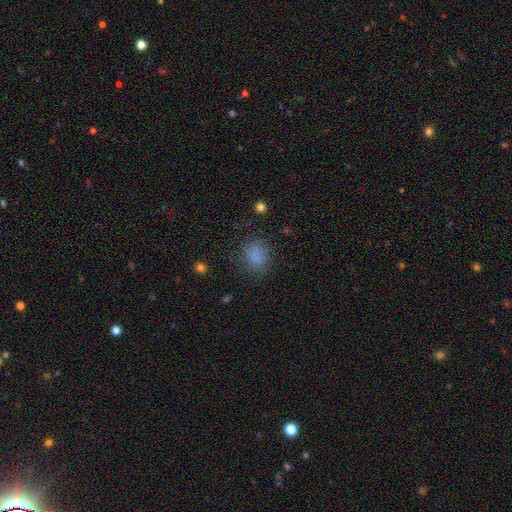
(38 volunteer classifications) Smooth or featured?
  - smooth: 74% *
  - featured or disk: 18%
  - star or artifact: 8%
How rounded?
  - round: 71% *
  - in between: 29%
  - cigar-shaped: 0%
Merging?
  - none: 71% *
  - minor disturbance: 20%
  - major disturbance: 6%
  - merger: 3%